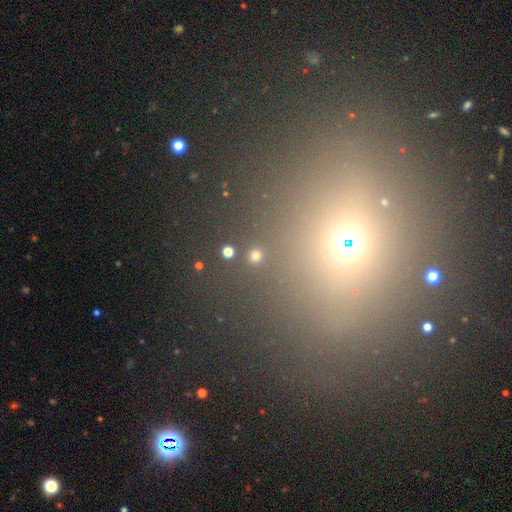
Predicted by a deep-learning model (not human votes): Smooth or featured? smooth (59%)
How rounded? round (90%)
Merging? none (88%)